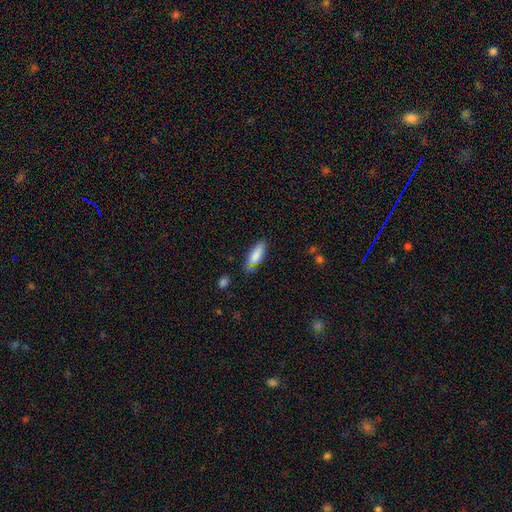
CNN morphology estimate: Smooth or featured? smooth (81%)
How rounded? in between (68%)
Merging? none (66%)